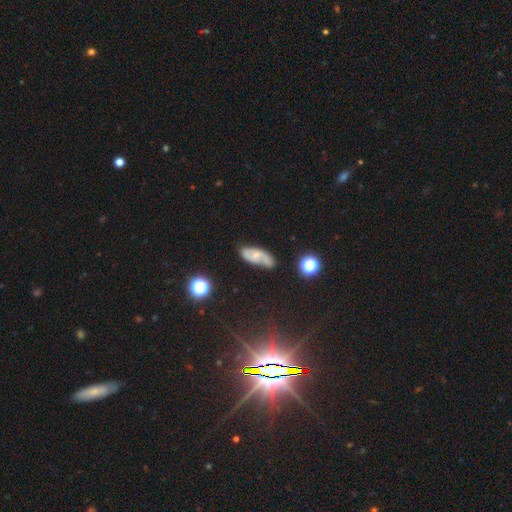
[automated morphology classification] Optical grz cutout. It shows a featured or disk galaxy (60%) with no bar (56%), spiral arms (87%) and a small central bulge (60%). Merging: none (64%).